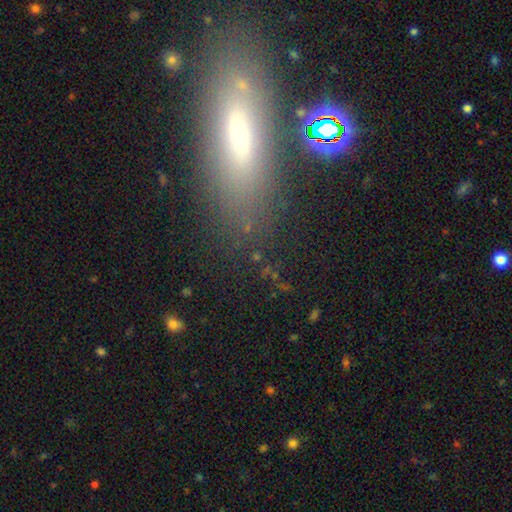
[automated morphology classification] This is possibly a smooth galaxy (49%). Merging: likely none (68%).